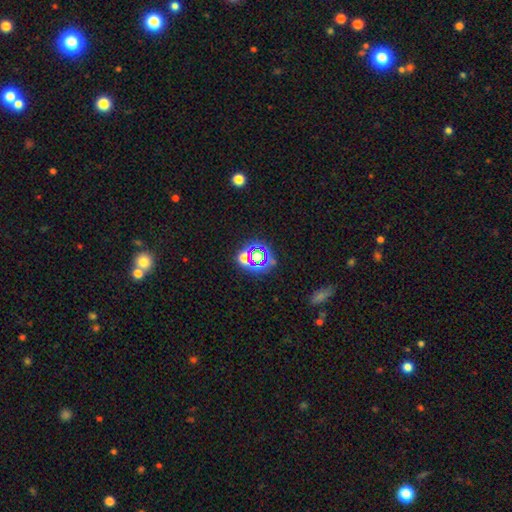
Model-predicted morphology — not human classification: This is likely a star or artifact rather than a galaxy (61%).